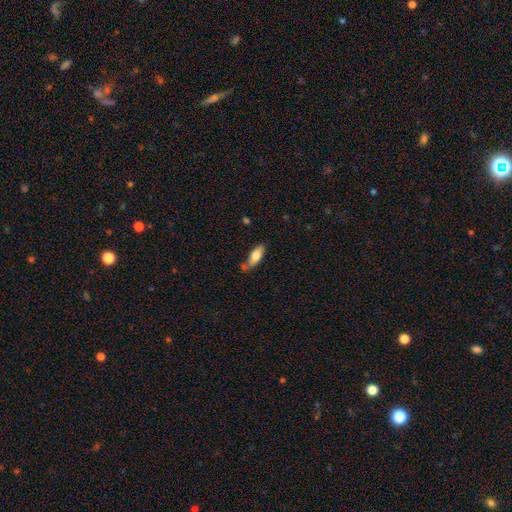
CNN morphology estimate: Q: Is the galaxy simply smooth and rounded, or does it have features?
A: smooth — 76%.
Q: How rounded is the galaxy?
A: in between — 74%.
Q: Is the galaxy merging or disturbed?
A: none — 60%.